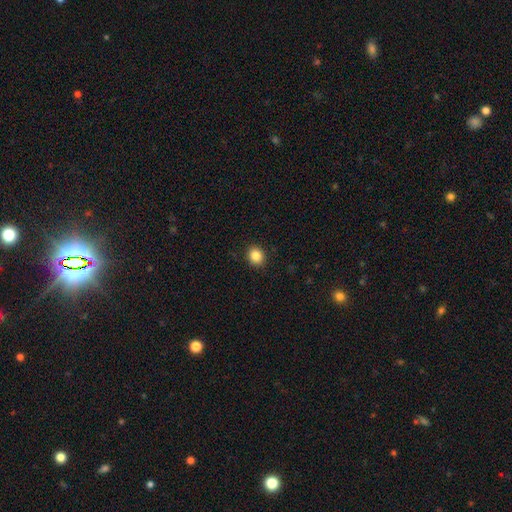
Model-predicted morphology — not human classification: smooth-or-featured: smooth: 85% | star or artifact: 10% | featured or disk: 4%
  how-rounded: round: 76% | in between: 23% | cigar-shaped: 1%
  merging: none: 91% | minor disturbance: 6% | major disturbance: 2% | merger: 1%